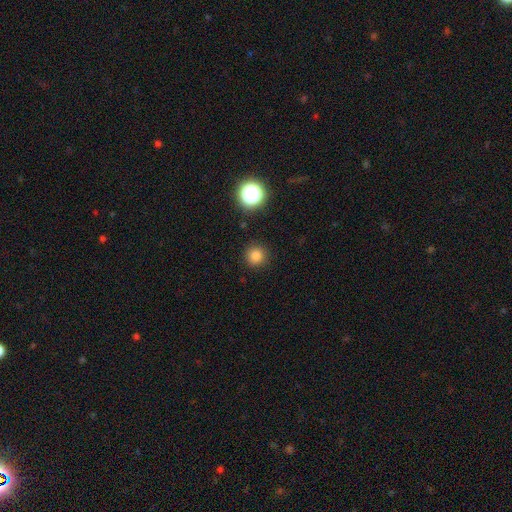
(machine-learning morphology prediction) type=smooth (80%); roundness=round (95%); merging=none (91%).